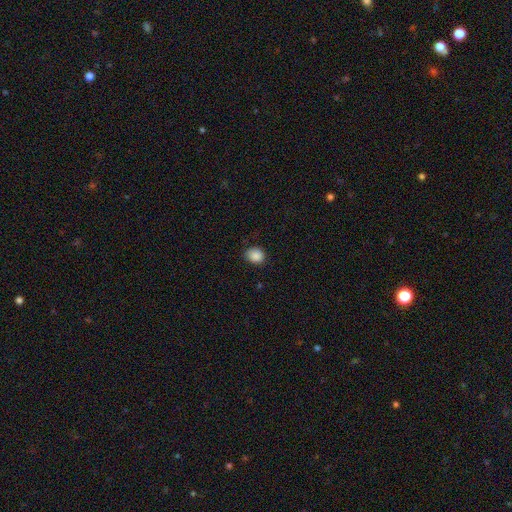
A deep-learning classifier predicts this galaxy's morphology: Smooth or featured?
  - smooth: 87% *
  - star or artifact: 9%
  - featured or disk: 4%
How rounded?
  - round: 66% *
  - in between: 33%
  - cigar-shaped: 1%
Merging?
  - none: 80% *
  - minor disturbance: 16%
  - major disturbance: 3%
  - merger: 1%